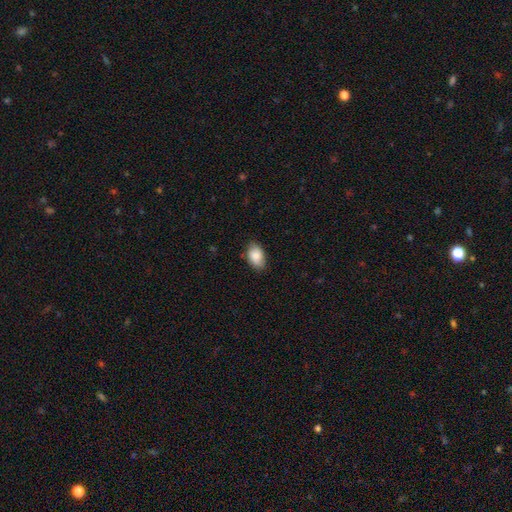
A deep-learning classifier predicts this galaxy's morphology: type=smooth (87%); roundness=in between (90%); merging=none (79%).